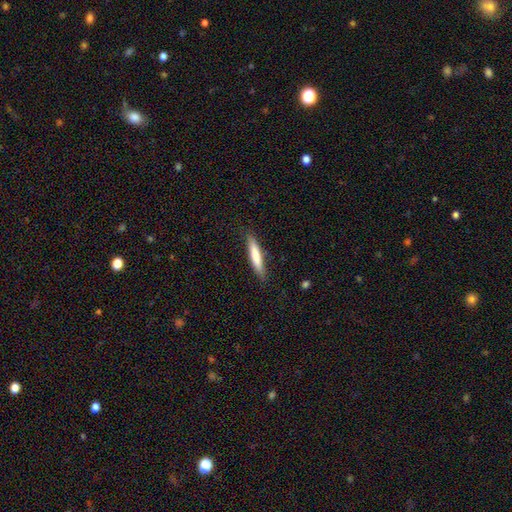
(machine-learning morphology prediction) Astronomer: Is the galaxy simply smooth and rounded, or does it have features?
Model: smooth — 74%.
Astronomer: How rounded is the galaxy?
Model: cigar-shaped — 88%.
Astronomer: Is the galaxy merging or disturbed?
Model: none — 85%.